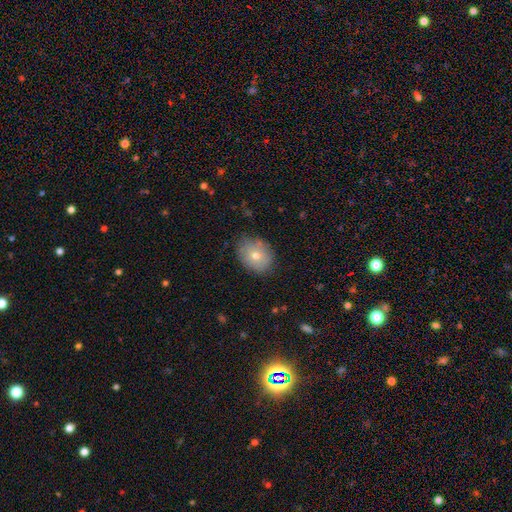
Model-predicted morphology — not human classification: Overall: smooth (71%). How rounded: in between (55%; round 44%). Merging: none (80%).